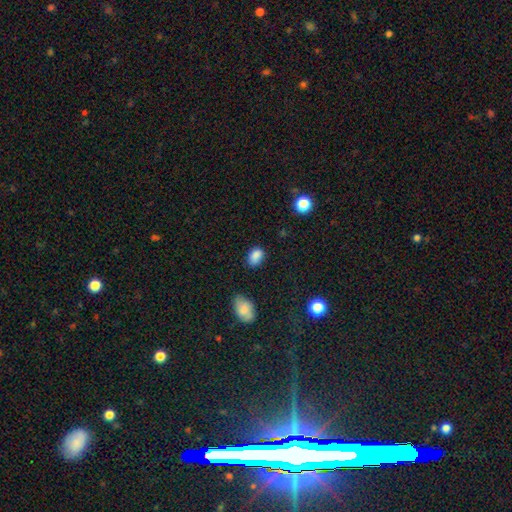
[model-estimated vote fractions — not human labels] A smooth galaxy with no disk features (86%) that is in between round and cigar-shaped (84%).

Vote fractions:
- Smooth or featured? smooth: 86% / star or artifact: 10% / featured or disk: 5%
- How rounded? in between: 84% / round: 14% / cigar-shaped: 1%
- Merging? none: 73% / minor disturbance: 20% / major disturbance: 4% / merger: 3%